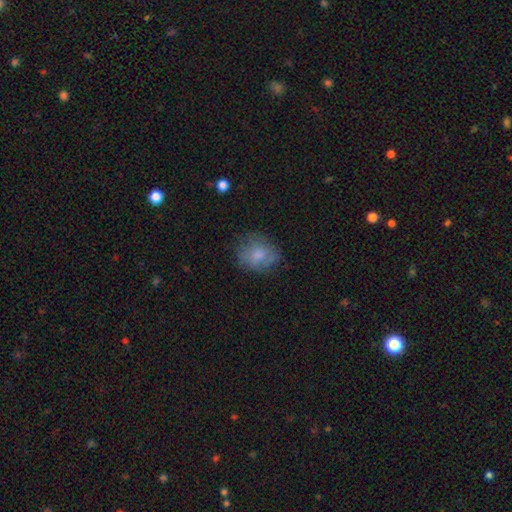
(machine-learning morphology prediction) This is likely a smooth galaxy (70%). How rounded: likely round (60%). Merging: likely none (66%).